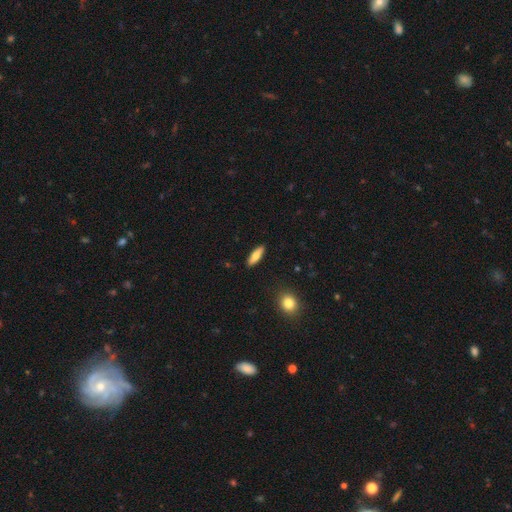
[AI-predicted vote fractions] Q: Smooth or featured?
A: smooth (73%); runner-up: featured or disk (21%)
Q: How rounded?
A: cigar-shaped (50%); runner-up: in between (47%)
Q: Merging?
A: none (90%); runner-up: minor disturbance (7%)